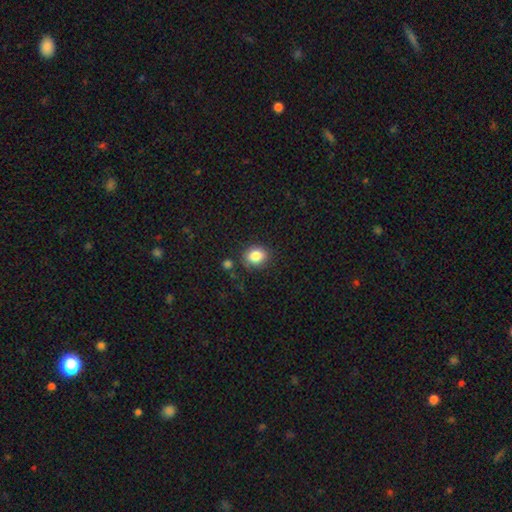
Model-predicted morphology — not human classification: The model was most divided on "how rounded": round: 59%, in between: 40%, cigar-shaped: 1%. More confident: smooth or featured — smooth (85%); merging — none (83%).